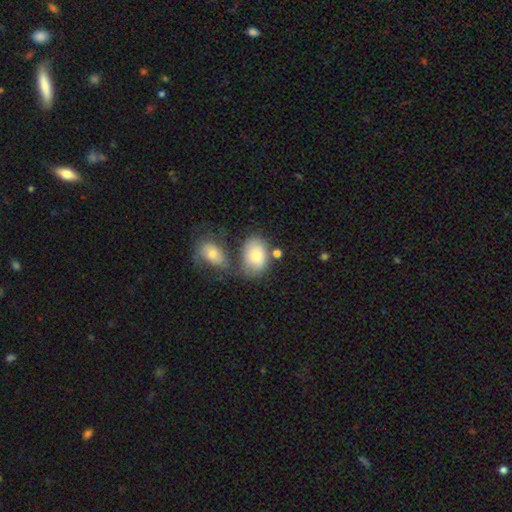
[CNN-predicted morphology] smooth 73%, featured or disk 19%, star or artifact 7%. Down the decision tree: how rounded — in between (77%); merging — none (44%).